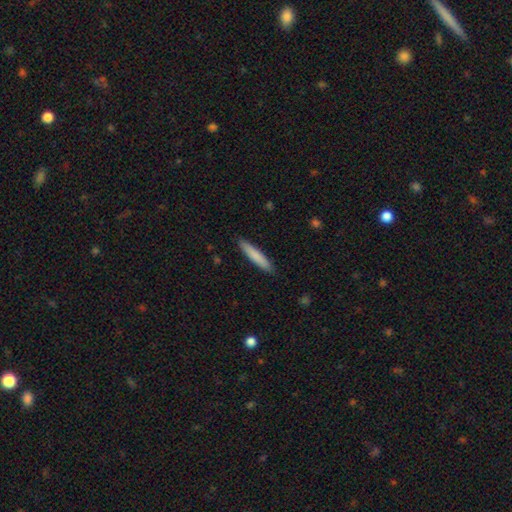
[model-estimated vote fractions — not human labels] Smooth or featured? smooth (80%)
How rounded? cigar-shaped (92%)
Merging? none (90%)